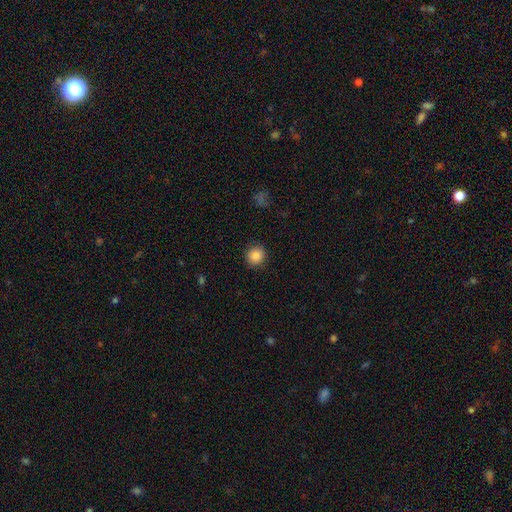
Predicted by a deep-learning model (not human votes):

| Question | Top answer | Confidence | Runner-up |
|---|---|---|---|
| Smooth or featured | smooth | 86% | star or artifact (10%) |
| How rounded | round | 90% | in between (9%) |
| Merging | none | 90% | minor disturbance (7%) |